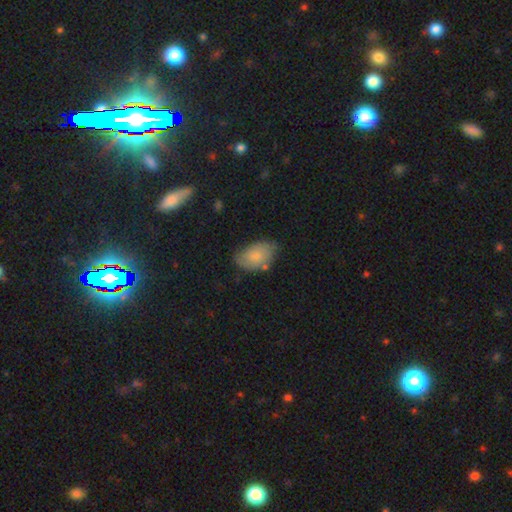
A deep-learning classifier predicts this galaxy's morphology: A smooth galaxy with no disk features (71%) that is in between round and cigar-shaped (89%).

Vote fractions:
- Smooth or featured? smooth: 71% / featured or disk: 22% / star or artifact: 7%
- How rounded? in between: 89% / round: 9% / cigar-shaped: 1%
- Merging? none: 62% / minor disturbance: 27% / major disturbance: 6% / merger: 5%